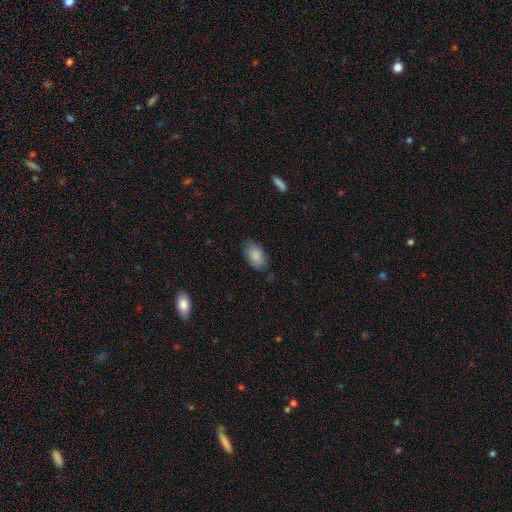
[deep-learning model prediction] A smooth galaxy with no disk features (86%) that is in between round and cigar-shaped (91%).

Vote fractions:
- Smooth or featured? smooth: 86% / featured or disk: 8% / star or artifact: 7%
- How rounded? in between: 91% / round: 7% / cigar-shaped: 1%
- Merging? none: 76% / minor disturbance: 19% / major disturbance: 4% / merger: 1%